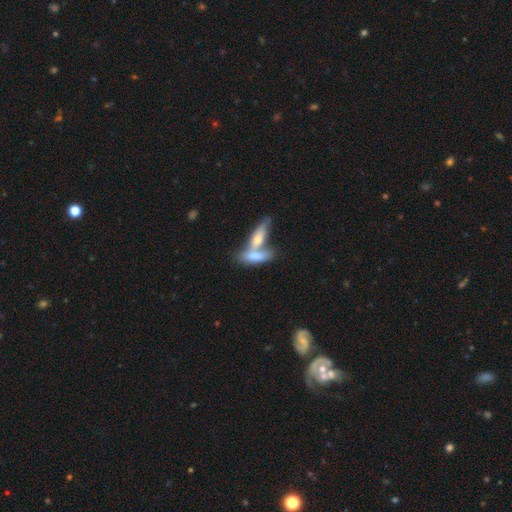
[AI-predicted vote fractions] A smooth galaxy with no disk features (68%) that is in between round and cigar-shaped (55%).

Vote fractions:
- Smooth or featured? smooth: 68% / featured or disk: 26% / star or artifact: 6%
- How rounded? in between: 55% / cigar-shaped: 42% / round: 3%
- Merging? merger: 65% / none: 24% / minor disturbance: 7% / major disturbance: 4%